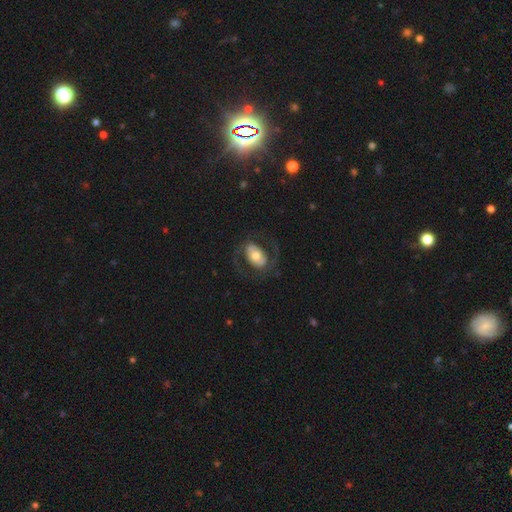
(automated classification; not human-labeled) Smooth or featured: featured or disk — 54% (smooth — 39%)
Edge-on disk: no — 95% (yes — 5%)
Bar: no — 56% (weak — 25%)
Spiral arms: yes — 60% (no — 40%)
Bulge size: moderate — 62% (large — 20%)
Merging: none — 70% (major disturbance — 16%)